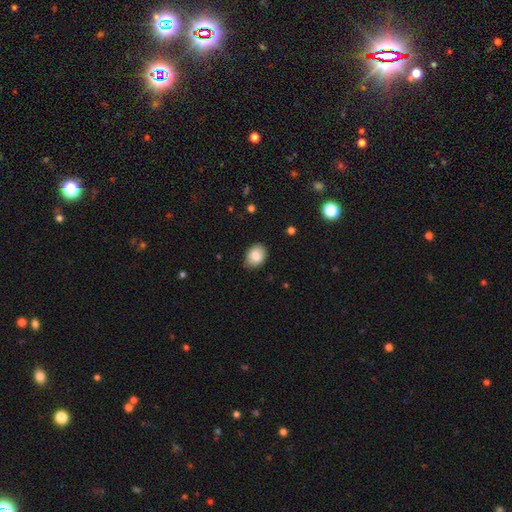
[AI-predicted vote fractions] Smooth or featured? smooth (85%)
How rounded? in between (70%)
Merging? none (82%)